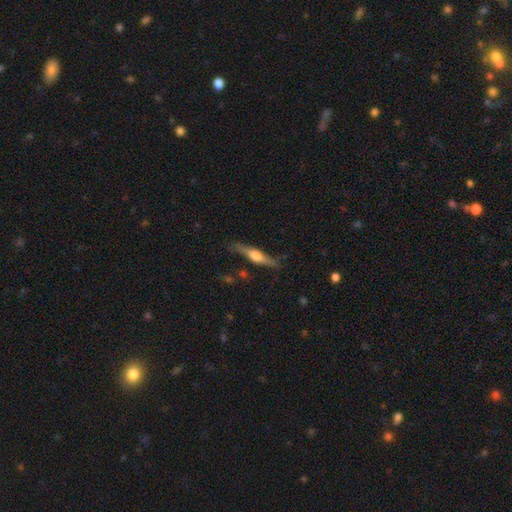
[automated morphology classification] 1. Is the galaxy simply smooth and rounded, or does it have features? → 61% featured or disk, 33% smooth, 6% star or artifact.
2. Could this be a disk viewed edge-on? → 95% yes, 5% no.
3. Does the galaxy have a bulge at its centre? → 87% rounded, 9% boxy, 4% none.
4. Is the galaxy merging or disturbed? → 79% none, 15% minor disturbance, 3% major disturbance, 2% merger.